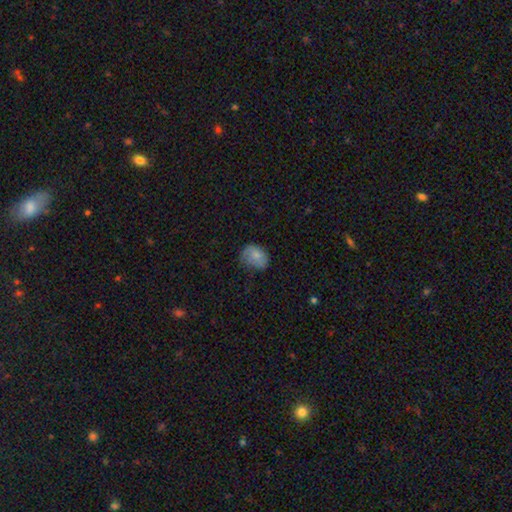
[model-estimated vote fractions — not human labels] Overall: smooth (70%). How rounded: in between (55%; round 44%). Merging: none (55%; minor disturbance 33%).